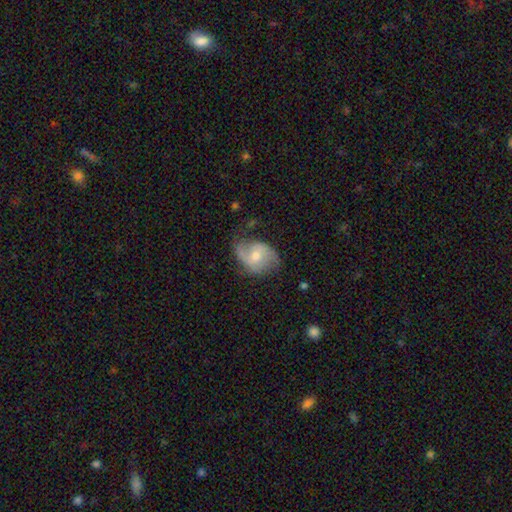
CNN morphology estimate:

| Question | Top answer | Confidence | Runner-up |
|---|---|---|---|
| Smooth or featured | featured or disk | 71% | smooth (22%) |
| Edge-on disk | no | 97% | yes (3%) |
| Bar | no | 56% | weak (37%) |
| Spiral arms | yes | 91% | no (9%) |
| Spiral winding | medium | 44% | loose (37%) |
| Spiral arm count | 2 | 82% | can't tell (8%) |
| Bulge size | moderate | 58% | small (36%) |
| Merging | none | 62% | minor disturbance (26%) |